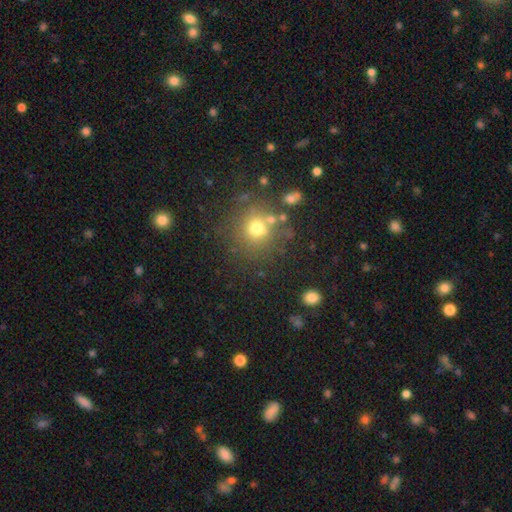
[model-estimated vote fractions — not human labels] Morphology: type=smooth (58%); roundness=round (91%); merging=none (80%).